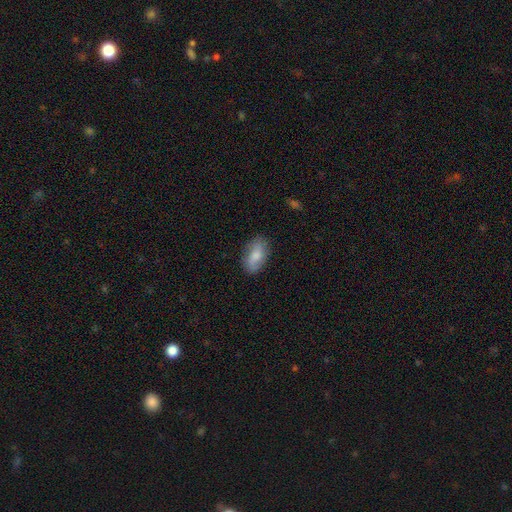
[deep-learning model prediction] Smooth or featured? Predicted: smooth (p=0.64). How rounded? Predicted: in between (p=0.90). Merging? Predicted: none (p=0.81).